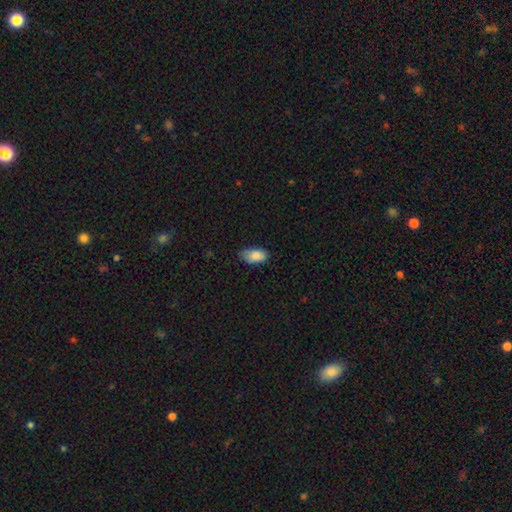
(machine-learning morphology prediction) Smooth or featured? Predicted: smooth (p=0.86). How rounded? Predicted: in between (p=0.93). Merging? Predicted: none (p=0.66).